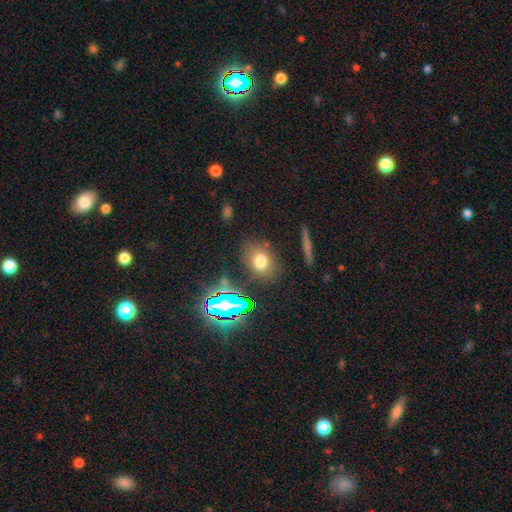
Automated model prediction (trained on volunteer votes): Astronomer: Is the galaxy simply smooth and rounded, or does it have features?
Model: star or artifact — 47% (runner-up: smooth, 38%).